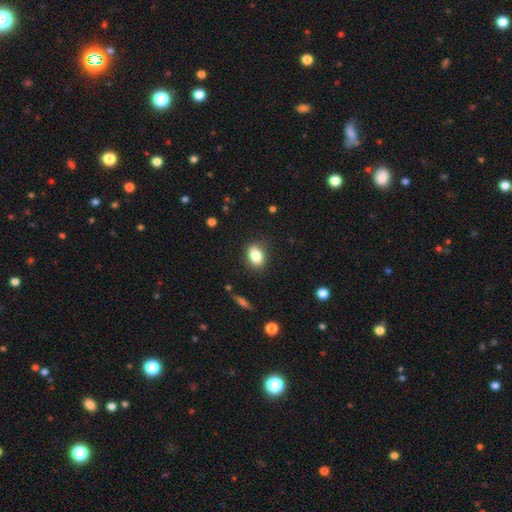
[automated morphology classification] Q: Smooth or featured?
A: smooth (83%); runner-up: star or artifact (9%)
Q: How rounded?
A: in between (77%); runner-up: round (22%)
Q: Merging?
A: none (83%); runner-up: minor disturbance (12%)